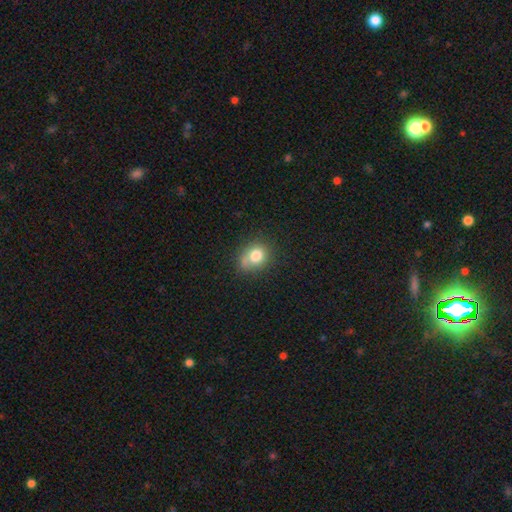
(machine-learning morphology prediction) The model was most divided on "how rounded": round: 63%, in between: 36%, cigar-shaped: 1%. More confident: smooth or featured — smooth (78%); merging — none (56%).